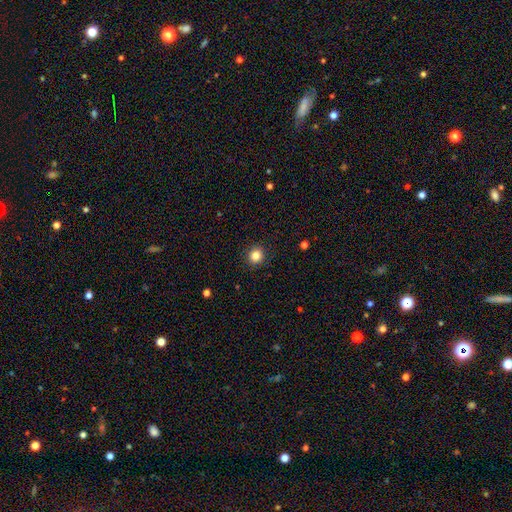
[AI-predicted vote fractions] Morphology: type=smooth (85%); roundness=round (89%); merging=none (91%).